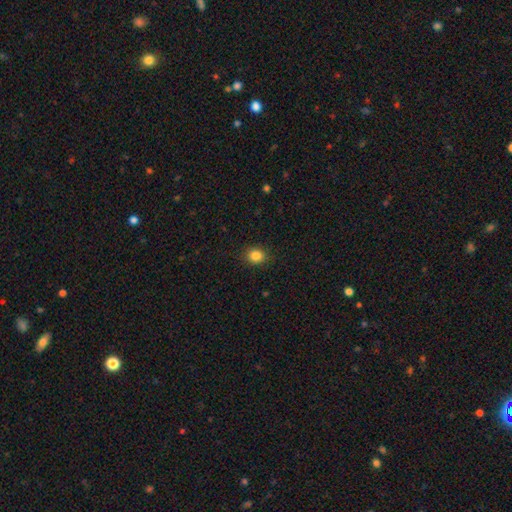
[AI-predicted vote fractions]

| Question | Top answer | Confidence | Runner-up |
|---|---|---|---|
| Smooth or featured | smooth | 85% | star or artifact (11%) |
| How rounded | round | 68% | in between (31%) |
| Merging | none | 88% | minor disturbance (8%) |